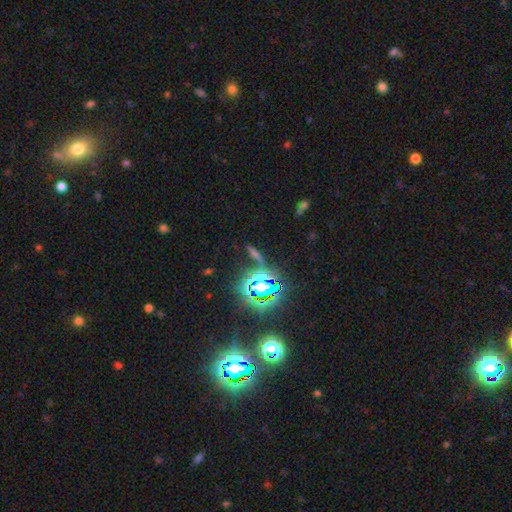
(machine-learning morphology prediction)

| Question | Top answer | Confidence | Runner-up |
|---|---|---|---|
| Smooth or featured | star or artifact | 60% | smooth (24%) |